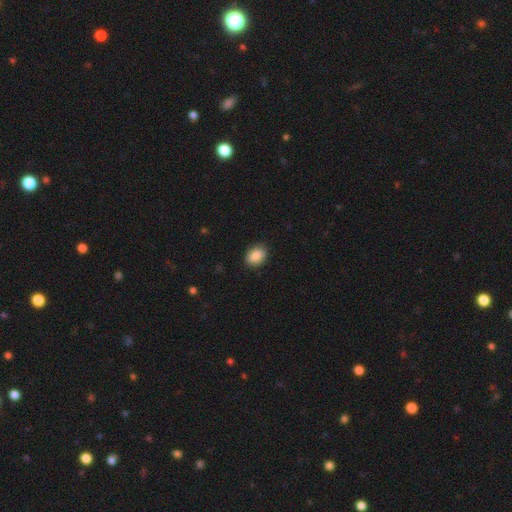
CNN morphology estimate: A smooth galaxy with no disk features (87%) that is in between round and cigar-shaped (71%). Merging: none (86%).